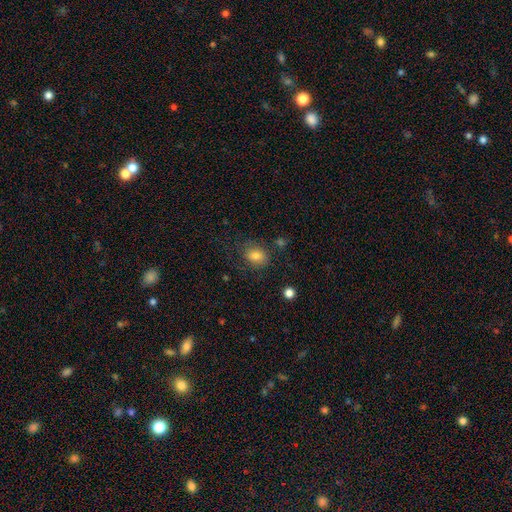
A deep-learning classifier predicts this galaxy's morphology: This is likely a smooth galaxy (79%). How rounded: possibly in between (56%). Merging: likely none (72%).